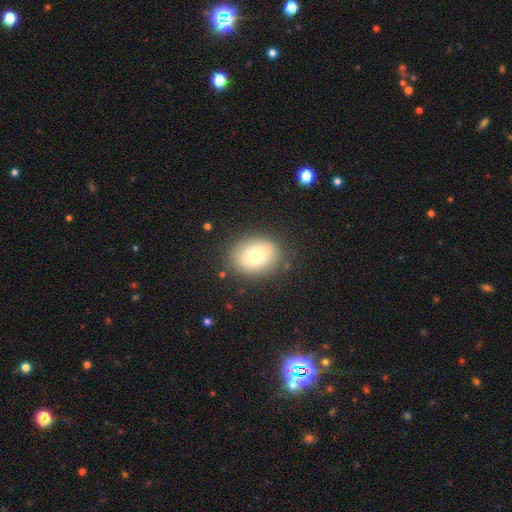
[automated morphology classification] Smooth or featured?
  - smooth: 70% *
  - featured or disk: 20%
  - star or artifact: 10%
How rounded?
  - in between: 51% *
  - round: 48%
  - cigar-shaped: 1%
Merging?
  - none: 83% *
  - minor disturbance: 11%
  - major disturbance: 4%
  - merger: 2%